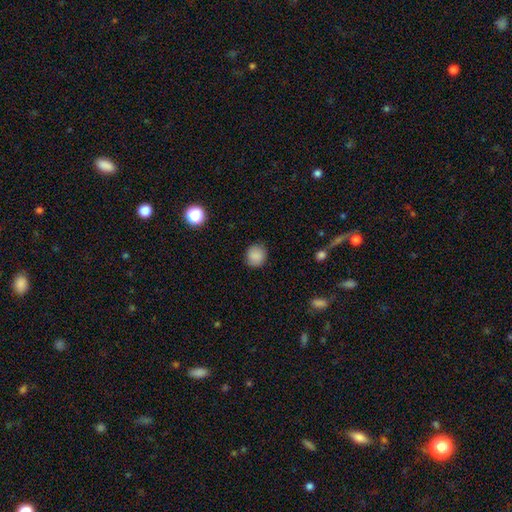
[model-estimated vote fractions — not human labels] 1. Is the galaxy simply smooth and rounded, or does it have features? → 87% smooth, 9% star or artifact, 4% featured or disk.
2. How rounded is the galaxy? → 83% round, 16% in between, 1% cigar-shaped.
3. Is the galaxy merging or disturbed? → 87% none, 10% minor disturbance, 2% major disturbance, 1% merger.